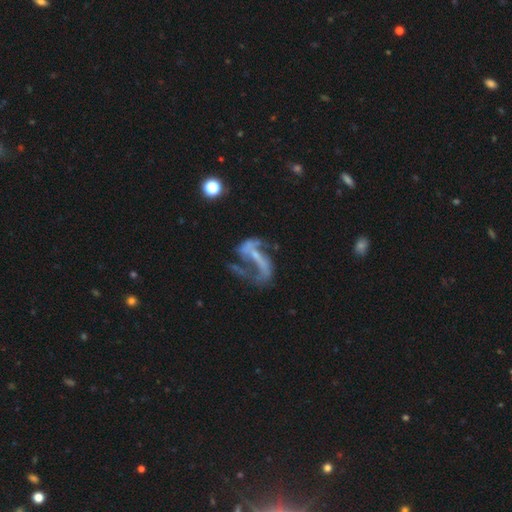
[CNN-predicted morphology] smooth-or-featured: featured or disk: 82% | star or artifact: 10% | smooth: 9%
  disk-edge-on: no: 95% | yes: 5%
    bar: strong: 44% | weak: 30% | no: 26%
    has-spiral-arms: yes: 81% | no: 19%
      spiral-winding: loose: 68% | medium: 25% | tight: 7%
      spiral-arm-count: 2: 80% | 1: 11% | can't tell: 5% | 3: 2% | 4: 1% | more than 4: 1%
    bulge-size: small: 46% | none: 39% | moderate: 12% | large: 2% | dominant: 1%
  merging: none: 38% | major disturbance: 35% | minor disturbance: 16% | merger: 11%